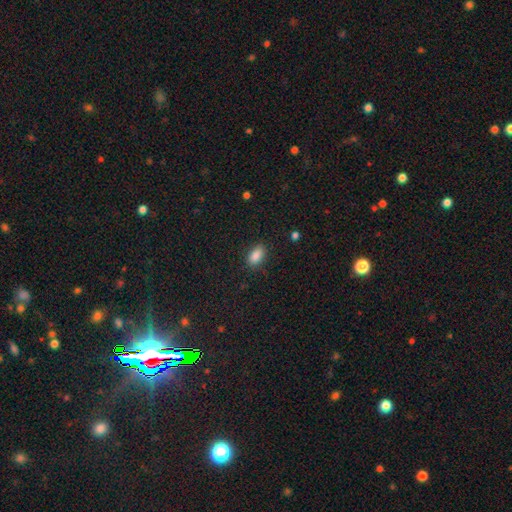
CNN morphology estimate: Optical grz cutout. It shows a smooth galaxy with no disk features (86%) that is in between round and cigar-shaped (91%). Merging: none (86%).